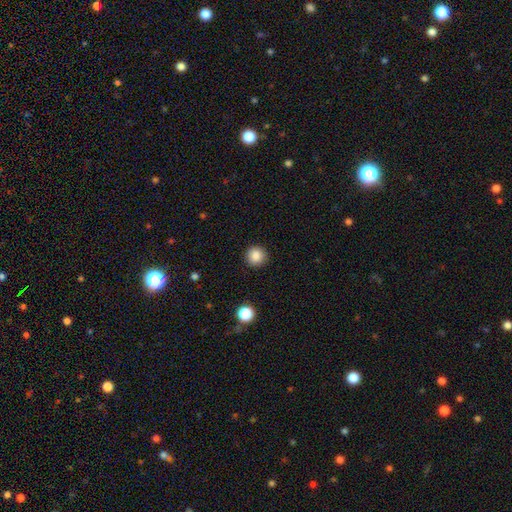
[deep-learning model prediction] Morphology: type=smooth (86%); roundness=round (94%); merging=none (91%).